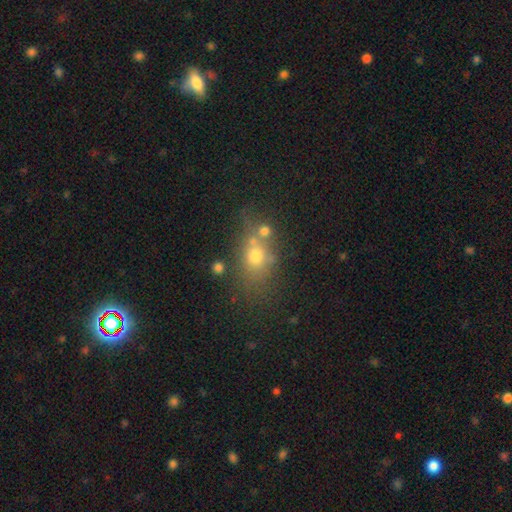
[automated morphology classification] This is likely a smooth galaxy (64%). How rounded: possibly in between (52%). Merging: possibly none (49%).